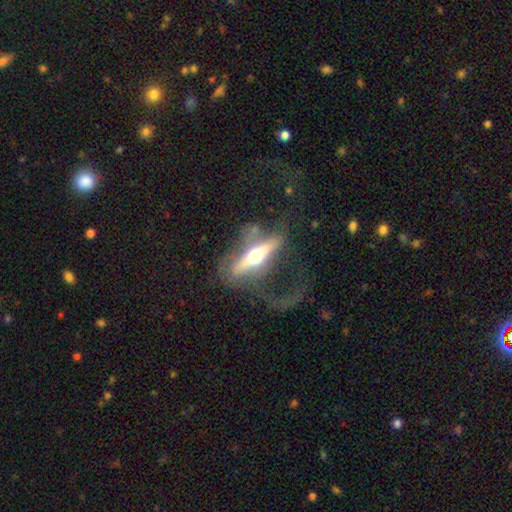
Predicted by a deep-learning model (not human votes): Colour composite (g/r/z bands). It shows a featured or disk galaxy (70%) viewed edge-on (72%) with a rounded central bulge (93%). Merging: major disturbance (39%, tied with none).